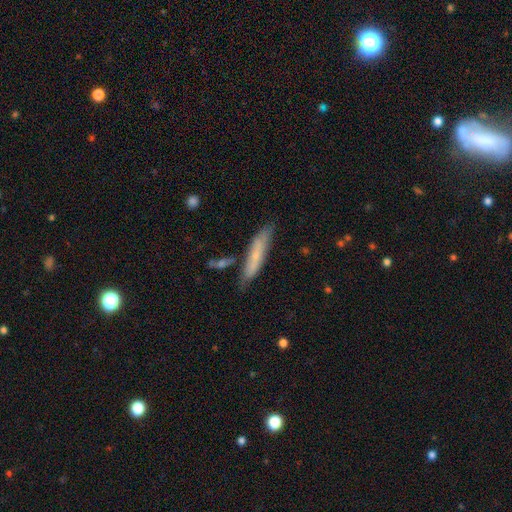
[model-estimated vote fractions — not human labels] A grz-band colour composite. It shows a smooth galaxy with no disk features (59%) that is cigar-shaped (86%). Merging: none (71%).